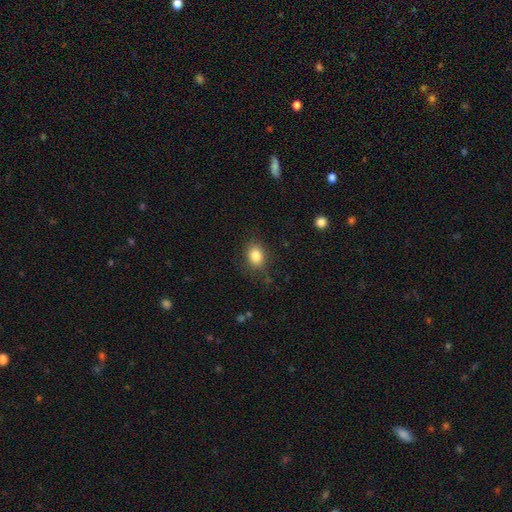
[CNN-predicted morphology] This appears to be a smooth galaxy with no disk features (84%) that is in between round and cigar-shaped (62%). Merging: none (81%).